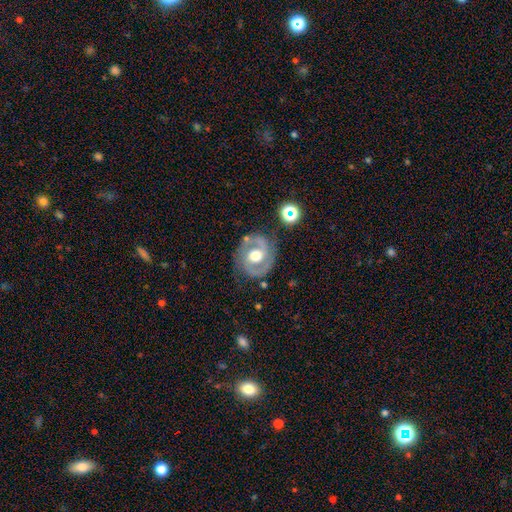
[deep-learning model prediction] Smooth or featured? featured or disk (80%)
Edge-on disk? no (97%)
Bar? no (59%)
Spiral arms? yes (86%)
Spiral winding? medium (48%)
Spiral arm count? 2 (87%)
Bulge size? moderate (67%)
Merging? none (77%)